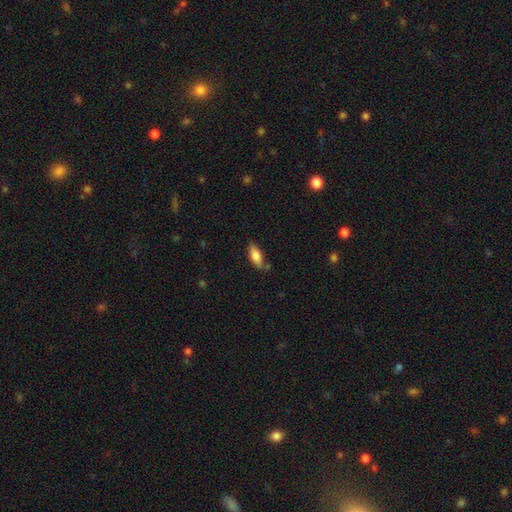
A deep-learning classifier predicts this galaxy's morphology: Smooth or featured? Predicted: smooth (p=0.81). How rounded? Predicted: in between (p=0.79). Merging? Predicted: none (p=0.72).